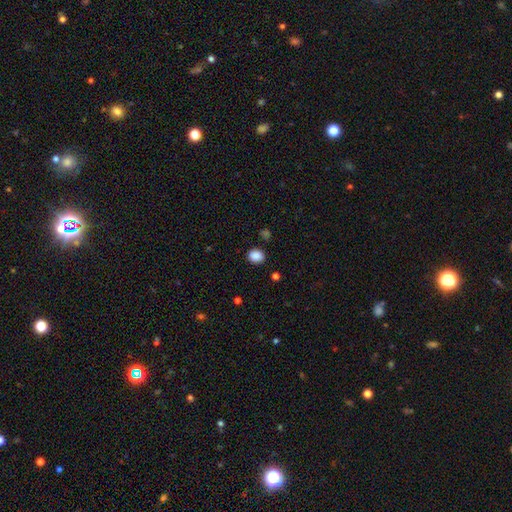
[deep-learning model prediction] The model was most divided on "how rounded": round: 54%, in between: 46%, cigar-shaped: 1%. More confident: smooth or featured — smooth (87%); merging — none (86%).